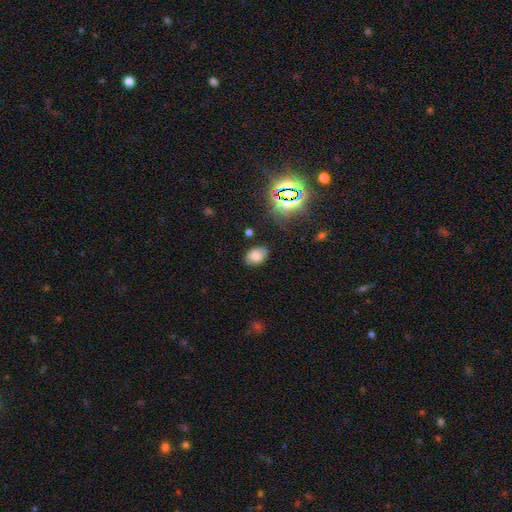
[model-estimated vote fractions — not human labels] smooth_or_featured: smooth (p=0.73) [alt: star or artifact p=0.14]
how_rounded: in between (p=0.86) [alt: round p=0.13]
merging: none (p=0.82) [alt: minor disturbance p=0.13]